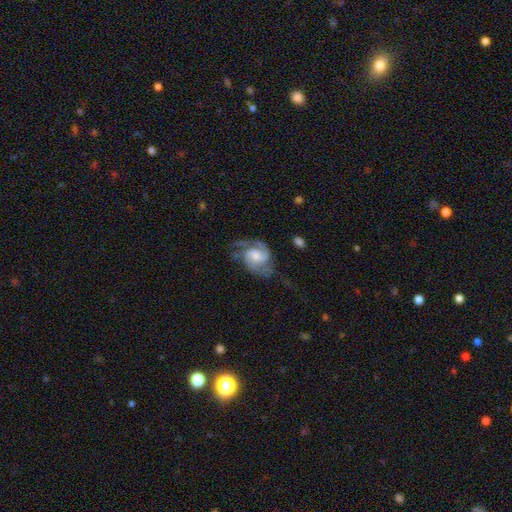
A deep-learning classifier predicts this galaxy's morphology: Q: Smooth or featured?
A: featured or disk (87%); runner-up: smooth (7%)
Q: Edge-on disk?
A: no (98%); runner-up: yes (2%)
Q: Bar?
A: no (47%); runner-up: weak (43%)
Q: Spiral arms?
A: yes (97%); runner-up: no (3%)
Q: Spiral winding?
A: medium (54%); runner-up: tight (29%)
Q: Spiral arm count?
A: 2 (84%); runner-up: 3 (6%)
Q: Bulge size?
A: moderate (50%); runner-up: small (31%)
Q: Merging?
A: none (64%); runner-up: minor disturbance (21%)